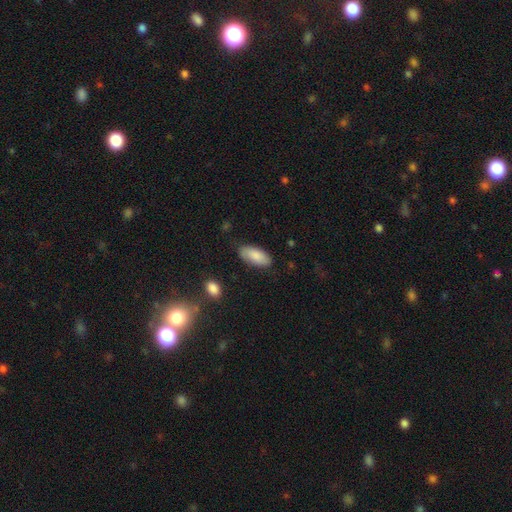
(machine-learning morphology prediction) This is clearly a smooth galaxy (86%). How rounded: clearly in between (89%). Merging: clearly none (82%).